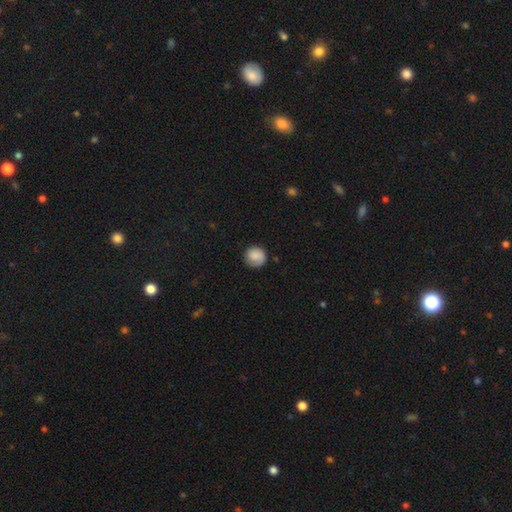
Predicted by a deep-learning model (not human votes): This appears to be a smooth galaxy with no disk features (78%) that is round (90%). Merging: none (78%).